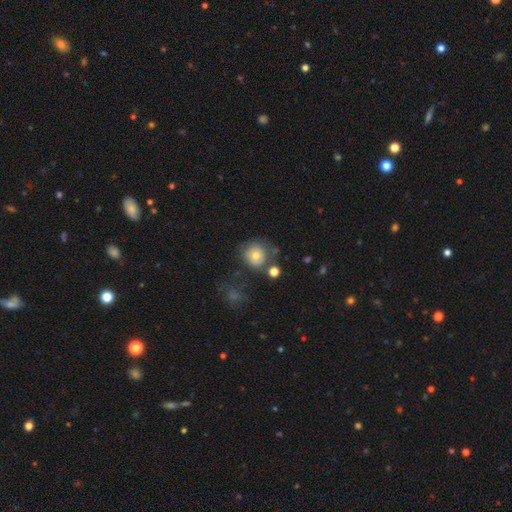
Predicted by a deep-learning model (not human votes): Morphology: type=smooth (65%); roundness=round (85%); merging=none (57%).